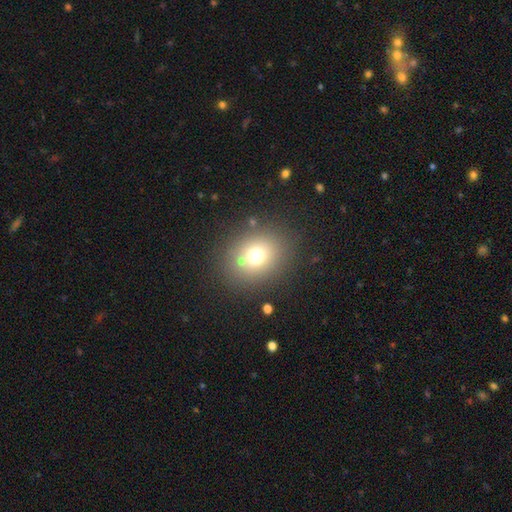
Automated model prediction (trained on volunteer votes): This is likely a smooth galaxy (71%). How rounded: likely round (62%). Merging: clearly none (81%).